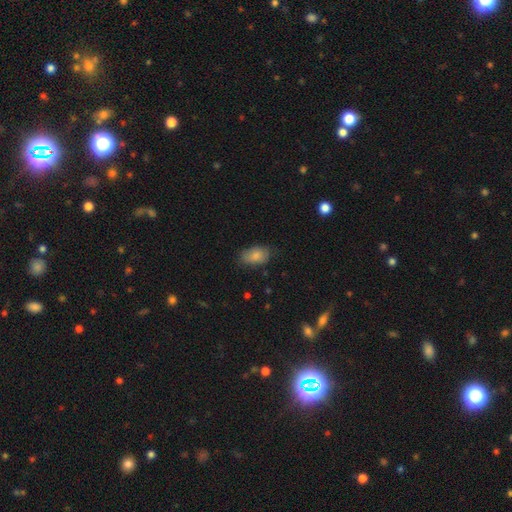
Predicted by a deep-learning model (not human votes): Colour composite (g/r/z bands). It shows a smooth galaxy with no disk features (83%) that is in between round and cigar-shaped (89%). Merging: none (70%).